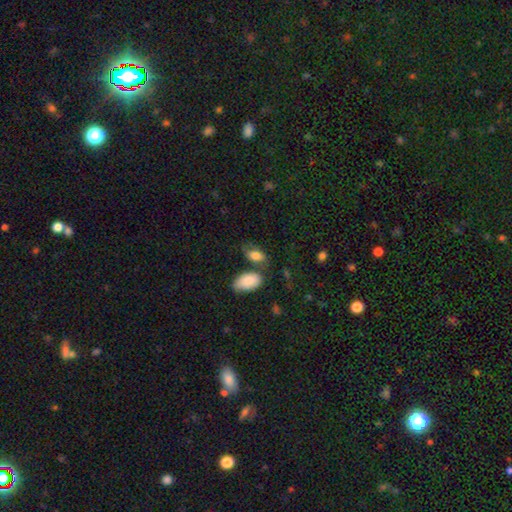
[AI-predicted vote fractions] Smooth or featured? smooth (82%)
How rounded? in between (90%)
Merging? none (56%)